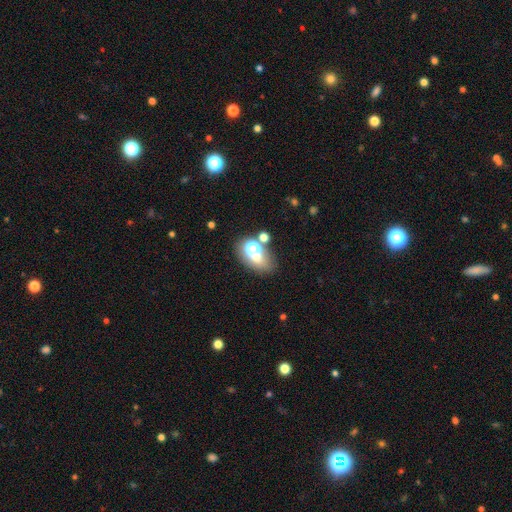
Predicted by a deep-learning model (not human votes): Smooth or featured?
  - smooth: 56% *
  - star or artifact: 22%
  - featured or disk: 22%
How rounded?
  - in between: 69% *
  - round: 28%
  - cigar-shaped: 2%
Merging?
  - none: 41% *
  - merger: 29%
  - minor disturbance: 15%
  - major disturbance: 14%